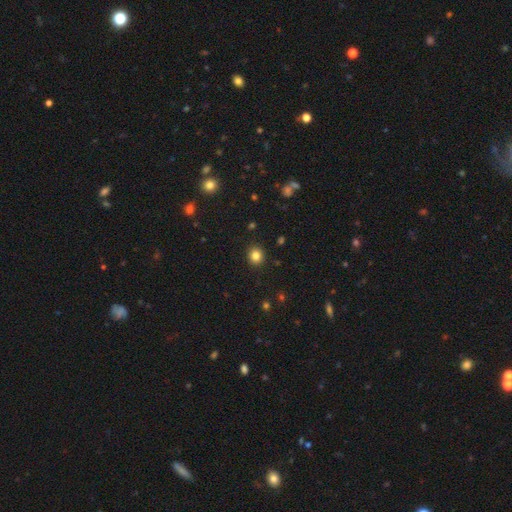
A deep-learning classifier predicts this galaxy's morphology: Smooth or featured? Predicted: smooth (p=0.84). How rounded? Predicted: round (p=0.86). Merging? Predicted: none (p=0.91).